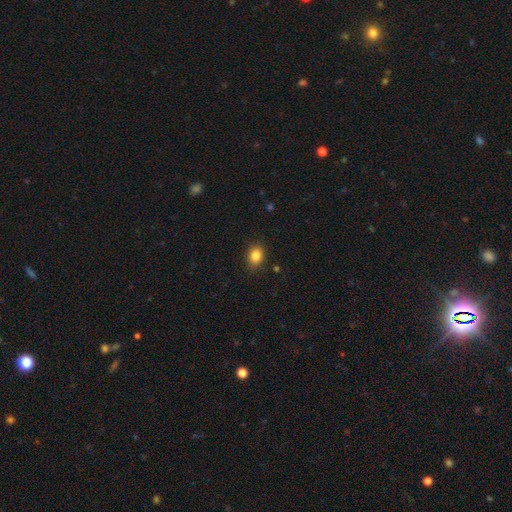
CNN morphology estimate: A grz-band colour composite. It shows a smooth galaxy with no disk features (85%) that is in between round and cigar-shaped (57%). Merging: none (84%).